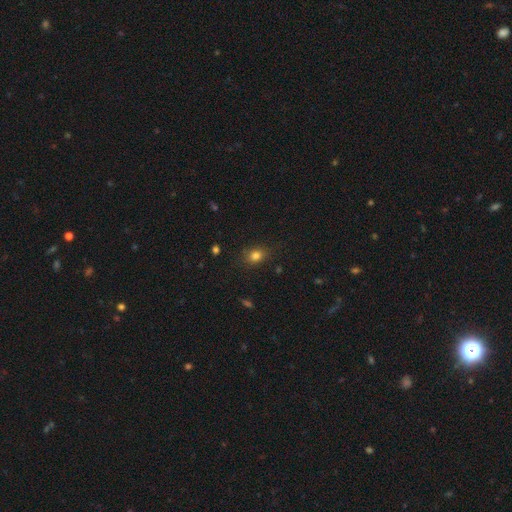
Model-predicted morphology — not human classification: A smooth galaxy with no disk features (81%) that is in between round and cigar-shaped (51%). Merging: none (82%).